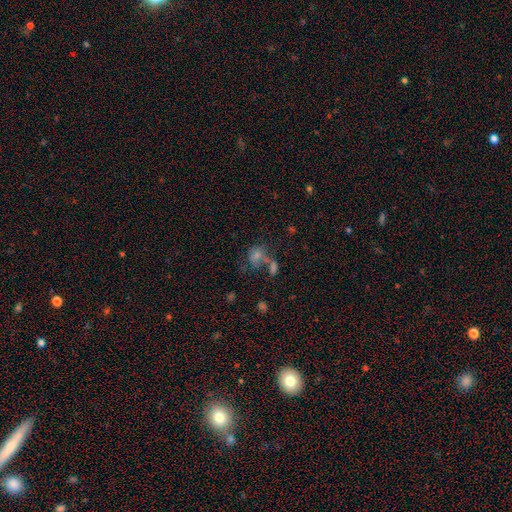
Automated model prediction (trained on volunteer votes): Q: Smooth or featured?
A: smooth (45%); runner-up: featured or disk (29%)
Q: Merging?
A: none (34%); runner-up: merger (33%)